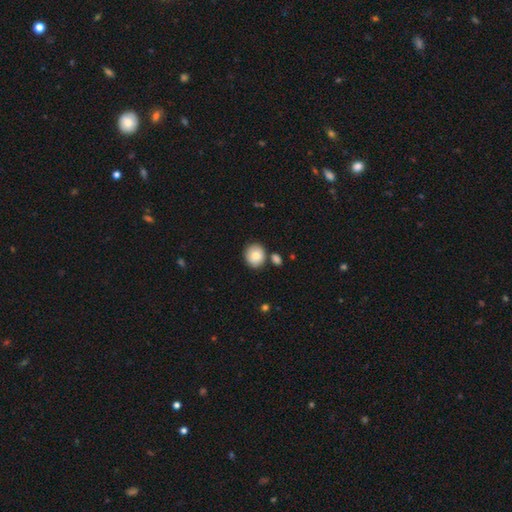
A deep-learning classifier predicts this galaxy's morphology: Smooth or featured? Predicted: smooth (p=0.79). How rounded? Predicted: round (p=0.84). Merging? Predicted: none (p=0.73).